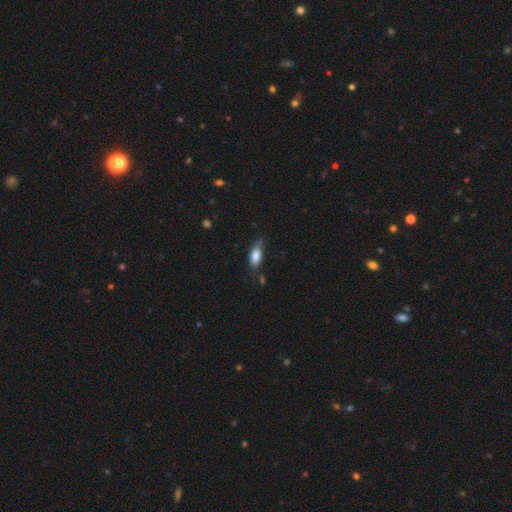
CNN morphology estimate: type=smooth (80%); roundness=in between (81%); merging=none (62%).